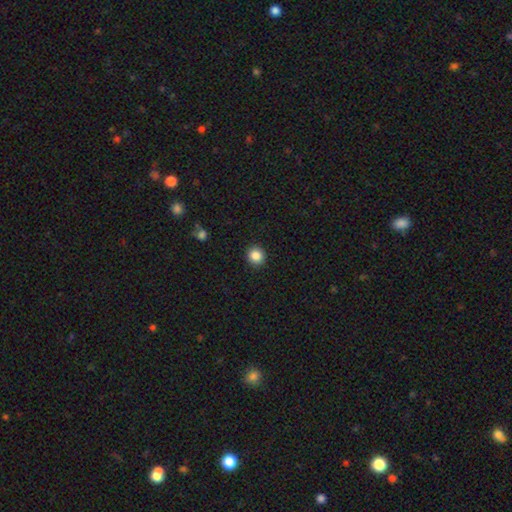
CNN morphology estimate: Overall: smooth (86%). How rounded: round (90%). Merging: none (92%).